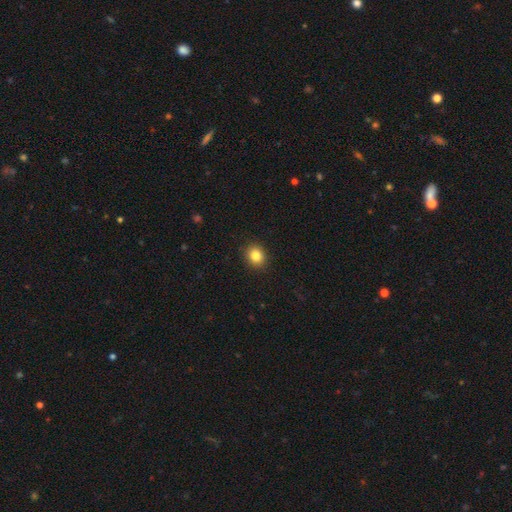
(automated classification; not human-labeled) smooth 83%, star or artifact 11%, featured or disk 6%. Down the decision tree: how rounded — round (70%); merging — none (91%).